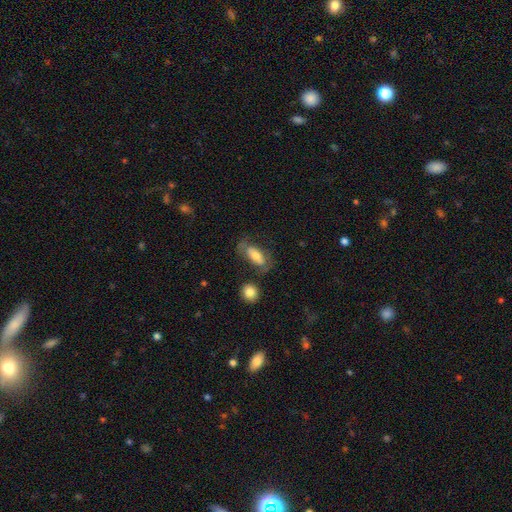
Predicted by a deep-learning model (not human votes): Smooth or featured?
  - smooth: 61% *
  - featured or disk: 32%
  - star or artifact: 7%
How rounded?
  - in between: 80% *
  - cigar-shaped: 17%
  - round: 4%
Merging?
  - none: 56% *
  - minor disturbance: 22%
  - major disturbance: 14%
  - merger: 7%